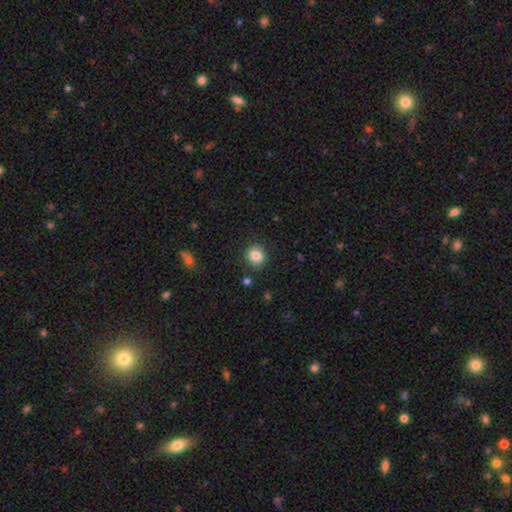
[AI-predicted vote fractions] Morphology: type=smooth (85%); roundness=round (82%); merging=none (87%).